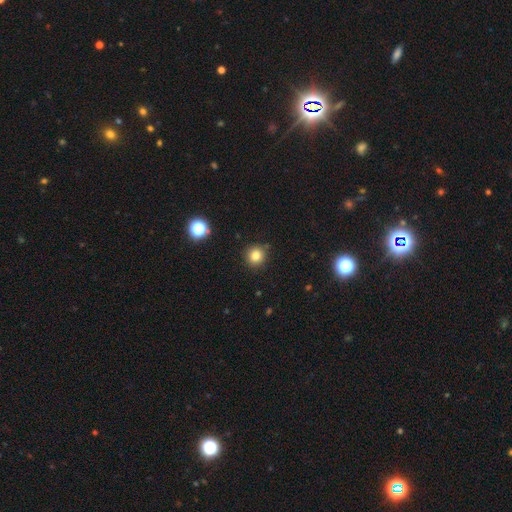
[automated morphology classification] Q: Smooth or featured?
A: smooth (80%); runner-up: star or artifact (14%)
Q: How rounded?
A: round (93%); runner-up: in between (6%)
Q: Merging?
A: none (88%); runner-up: minor disturbance (8%)